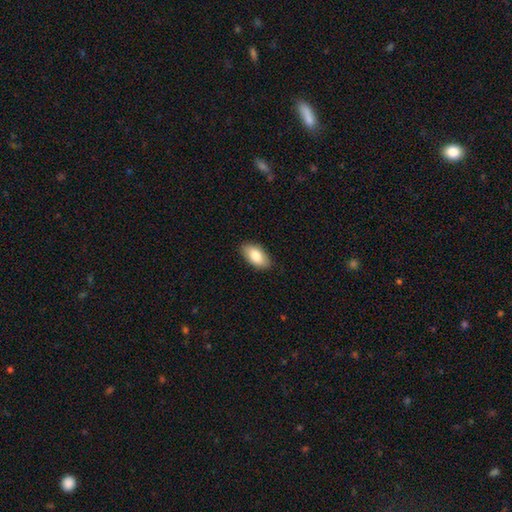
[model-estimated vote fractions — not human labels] smooth_or_featured: smooth (p=0.83) [alt: featured or disk p=0.11]
how_rounded: in between (p=0.94) [alt: cigar-shaped p=0.03]
merging: none (p=0.87) [alt: minor disturbance p=0.10]